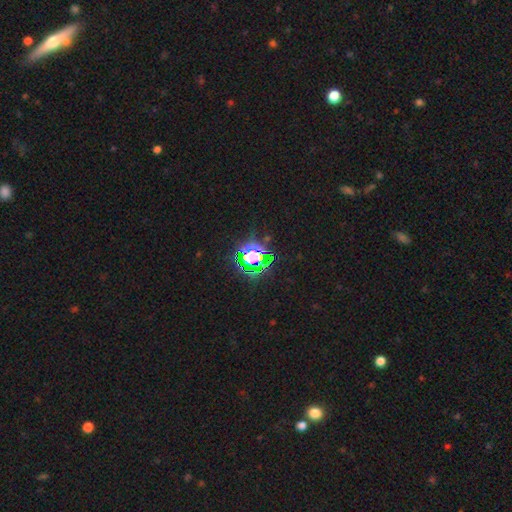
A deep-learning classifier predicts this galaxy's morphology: Smooth or featured: star or artifact — 71% (smooth — 16%)